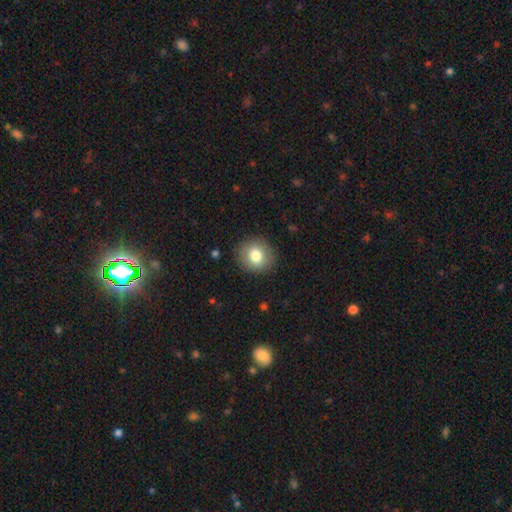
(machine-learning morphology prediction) Smooth or featured? Predicted: smooth (p=0.80). How rounded? Predicted: round (p=0.84). Merging? Predicted: none (p=0.89).